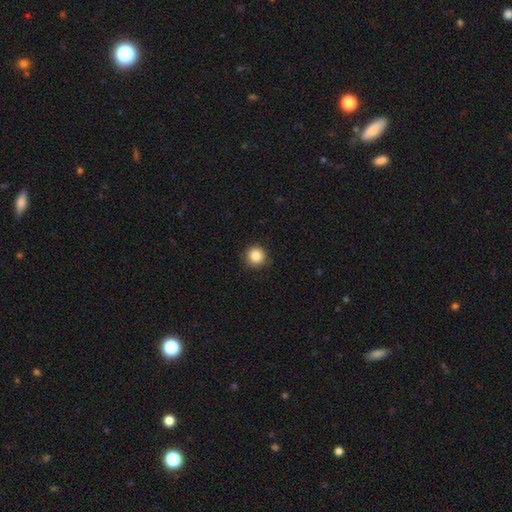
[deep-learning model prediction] Smooth or featured? Predicted: smooth (p=0.86). How rounded? Predicted: round (p=0.95). Merging? Predicted: none (p=0.88).